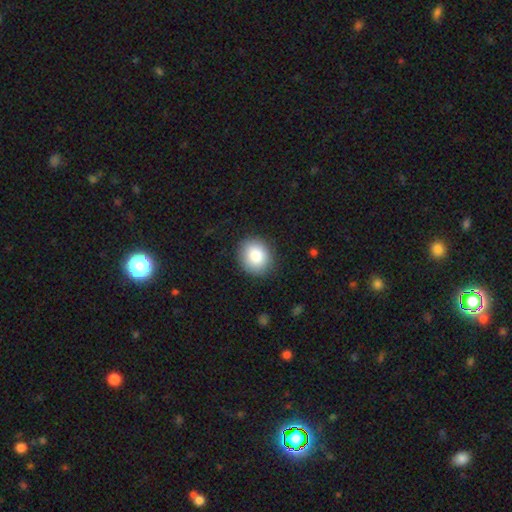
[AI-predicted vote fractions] Smooth or featured? smooth (86%)
How rounded? round (68%)
Merging? none (88%)